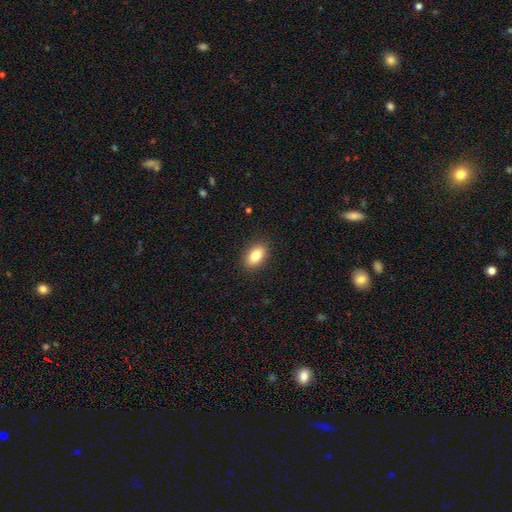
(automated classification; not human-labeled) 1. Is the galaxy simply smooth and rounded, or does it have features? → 84% smooth, 8% featured or disk, 8% star or artifact.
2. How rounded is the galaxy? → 89% in between, 9% round, 2% cigar-shaped.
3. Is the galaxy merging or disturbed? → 89% none, 8% minor disturbance, 2% major disturbance, 1% merger.